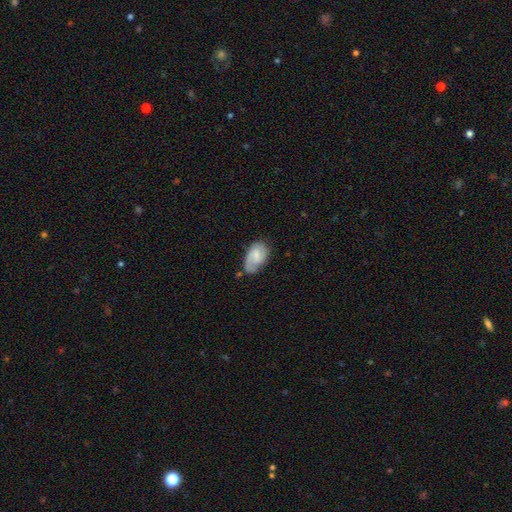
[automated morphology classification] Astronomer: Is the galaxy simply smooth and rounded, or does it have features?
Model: featured or disk — 48% (runner-up: smooth, 46%).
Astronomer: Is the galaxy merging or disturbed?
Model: none — 52% (runner-up: minor disturbance, 32%).